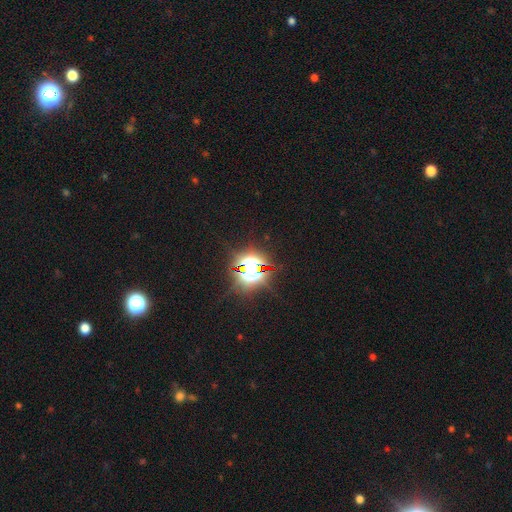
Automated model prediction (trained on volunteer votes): smooth_or_featured: star or artifact (p=0.82) [alt: smooth p=0.11]